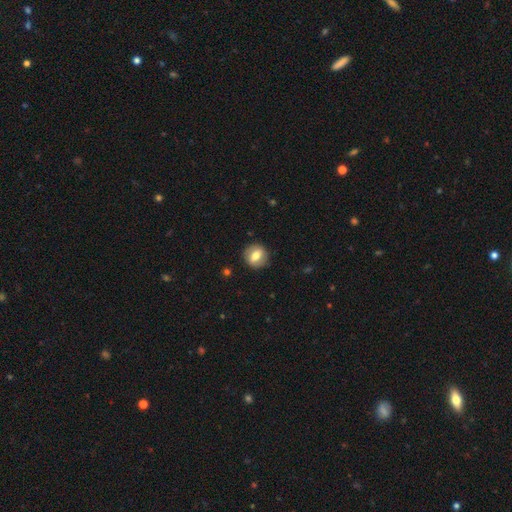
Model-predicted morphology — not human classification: This appears to be a smooth galaxy with no disk features (61%) that is round (77%). Merging: none (87%).